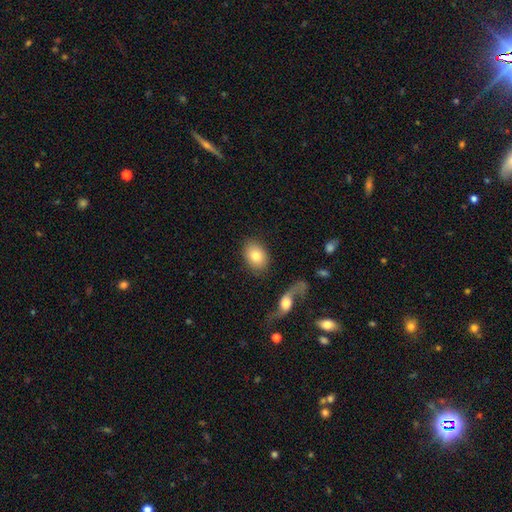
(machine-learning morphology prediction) smooth_or_featured: smooth (p=0.80) [alt: featured or disk p=0.14]
how_rounded: in between (p=0.75) [alt: round p=0.24]
merging: none (p=0.83) [alt: minor disturbance p=0.09]